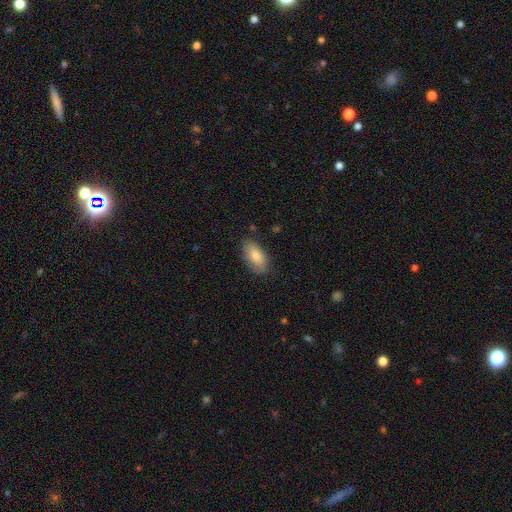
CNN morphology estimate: Q: Smooth or featured?
A: smooth (78%); runner-up: featured or disk (15%)
Q: How rounded?
A: in between (92%); runner-up: cigar-shaped (5%)
Q: Merging?
A: none (81%); runner-up: minor disturbance (15%)